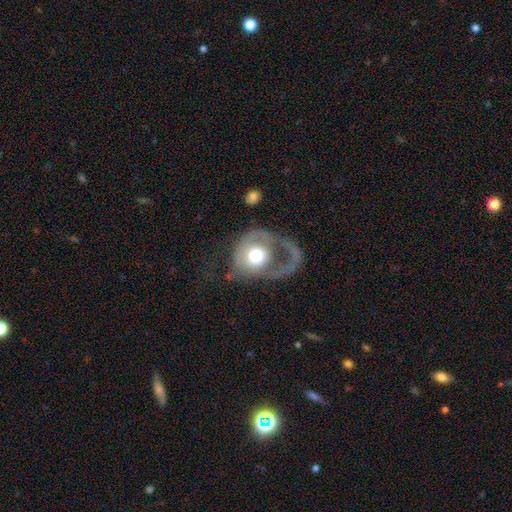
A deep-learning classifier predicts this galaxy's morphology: This appears to be a featured or disk galaxy (54%) with no bar (82%), spiral arms (52%) and a moderate central bulge (59%). Merging: major disturbance (63%).